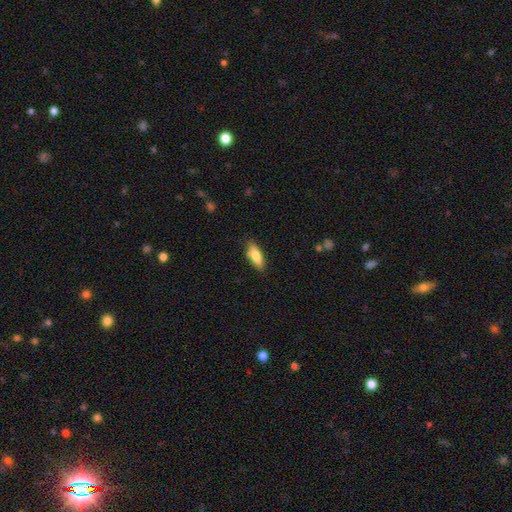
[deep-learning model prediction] Smooth or featured?
  - smooth: 75% *
  - featured or disk: 18%
  - star or artifact: 6%
How rounded?
  - in between: 64% *
  - cigar-shaped: 34%
  - round: 2%
Merging?
  - none: 82% *
  - minor disturbance: 13%
  - major disturbance: 2%
  - merger: 2%